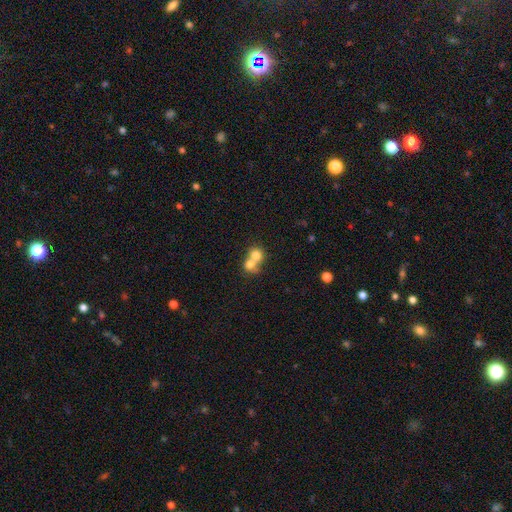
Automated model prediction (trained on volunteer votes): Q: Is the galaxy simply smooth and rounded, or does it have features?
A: smooth — 73%.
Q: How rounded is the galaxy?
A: round — 74%.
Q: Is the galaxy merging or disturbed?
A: merger — 70%.